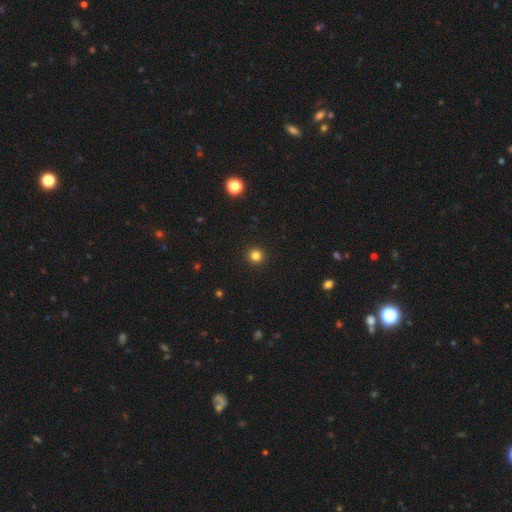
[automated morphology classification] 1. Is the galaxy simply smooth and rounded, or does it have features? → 82% smooth, 14% star or artifact, 4% featured or disk.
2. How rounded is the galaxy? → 96% round, 3% in between, 1% cigar-shaped.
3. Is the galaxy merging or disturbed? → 94% none, 4% minor disturbance, 2% major disturbance, 1% merger.